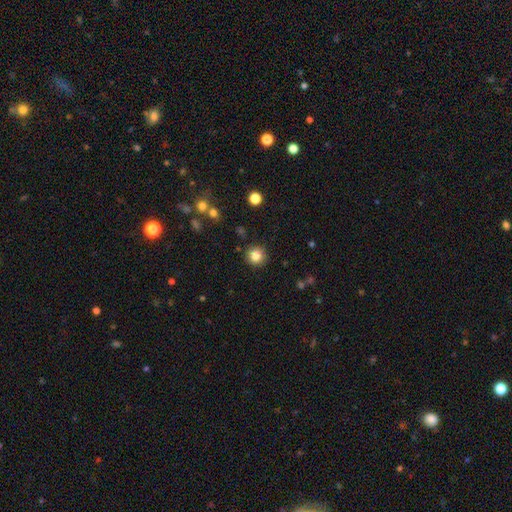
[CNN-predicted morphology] The model was most divided on "smooth or featured": smooth: 83%, star or artifact: 11%, featured or disk: 6%. More confident: how rounded — round (94%); merging — none (90%).